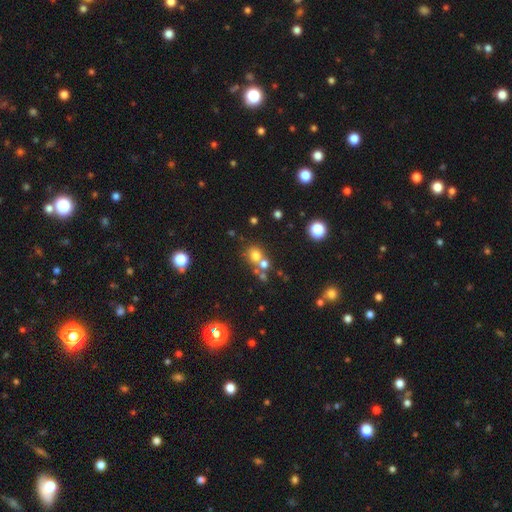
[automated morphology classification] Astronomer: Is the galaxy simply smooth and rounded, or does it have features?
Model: smooth — 69%.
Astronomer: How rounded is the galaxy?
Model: round — 82%.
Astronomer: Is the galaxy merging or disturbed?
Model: none — 51% (runner-up: merger, 37%).